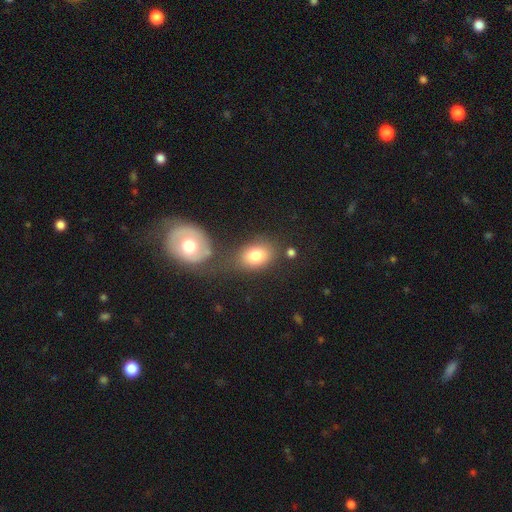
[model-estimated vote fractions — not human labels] A smooth galaxy with no disk features (78%) that is in between round and cigar-shaped (71%).

Vote fractions:
- Smooth or featured? smooth: 78% / featured or disk: 13% / star or artifact: 9%
- How rounded? in between: 71% / round: 27% / cigar-shaped: 1%
- Merging? none: 62% / merger: 18% / minor disturbance: 14% / major disturbance: 6%